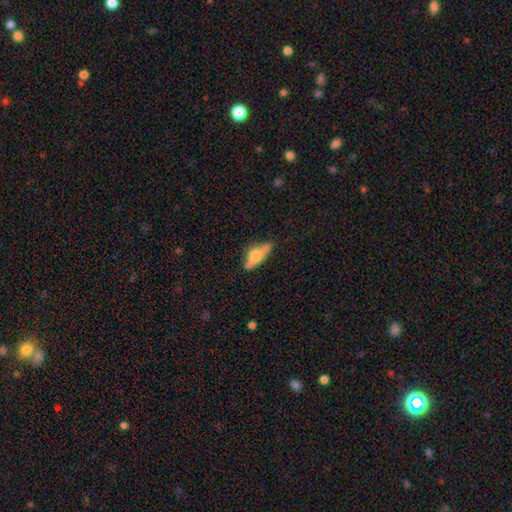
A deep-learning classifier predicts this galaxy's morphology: The model was most divided on "smooth or featured": smooth: 58%, featured or disk: 34%, star or artifact: 8%. More confident: how rounded — in between (63%); merging — none (59%).